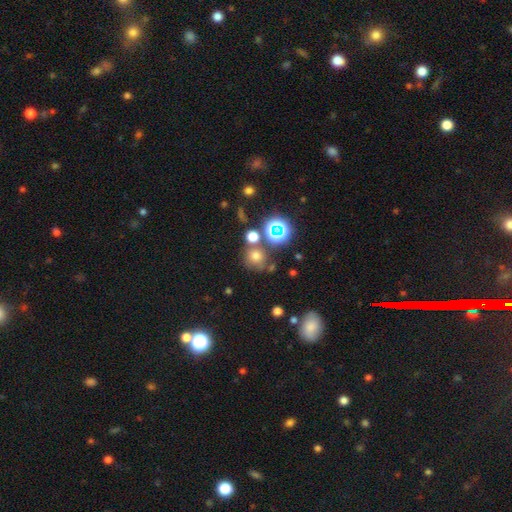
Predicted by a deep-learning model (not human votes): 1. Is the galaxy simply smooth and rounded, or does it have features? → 64% smooth, 26% star or artifact, 10% featured or disk.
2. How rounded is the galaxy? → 87% round, 12% in between, 1% cigar-shaped.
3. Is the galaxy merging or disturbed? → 64% none, 19% merger, 12% minor disturbance, 5% major disturbance.